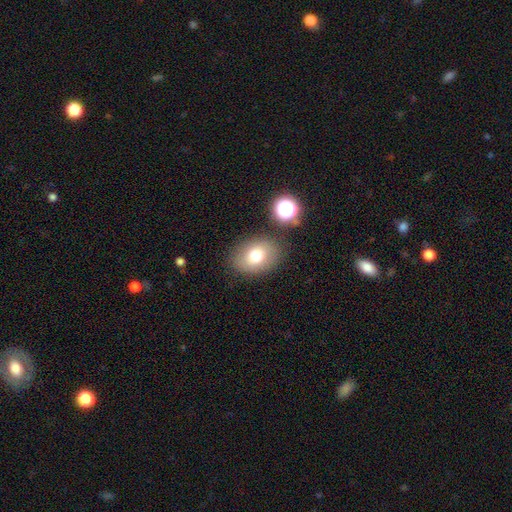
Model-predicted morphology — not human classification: smooth-or-featured: smooth: 75% | featured or disk: 14% | star or artifact: 11%
  how-rounded: in between: 68% | round: 31% | cigar-shaped: 1%
  merging: none: 80% | minor disturbance: 12% | merger: 4% | major disturbance: 4%